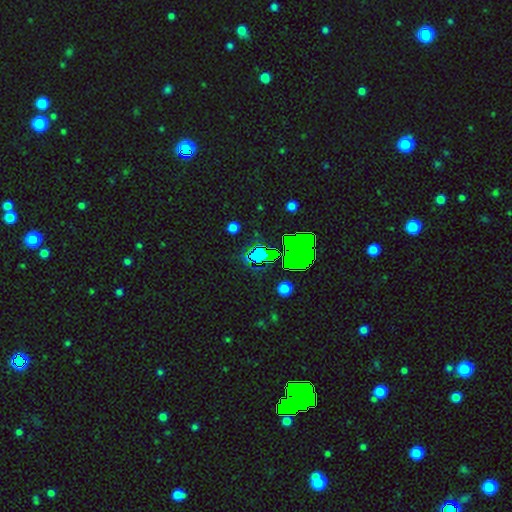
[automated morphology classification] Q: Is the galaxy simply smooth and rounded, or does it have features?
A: star or artifact — 61%.